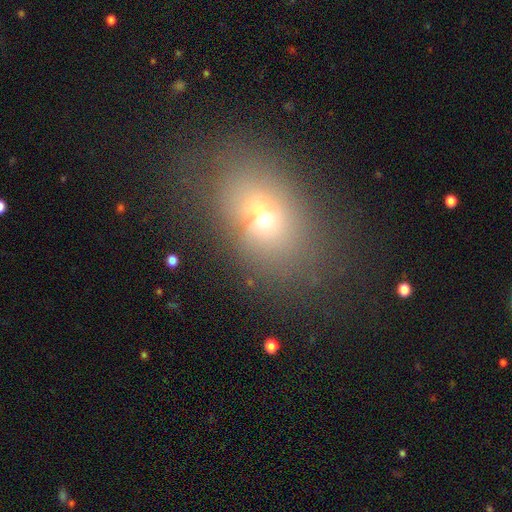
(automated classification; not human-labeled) This appears to be a smooth galaxy with no disk features (63%) that is in between round and cigar-shaped (70%). Merging: none (79%).